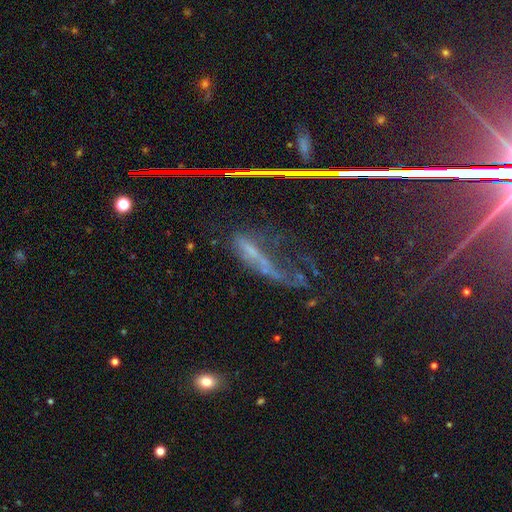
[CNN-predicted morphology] featured or disk 43%, star or artifact 33%, smooth 24%. Down the decision tree: merging — major disturbance (41%).